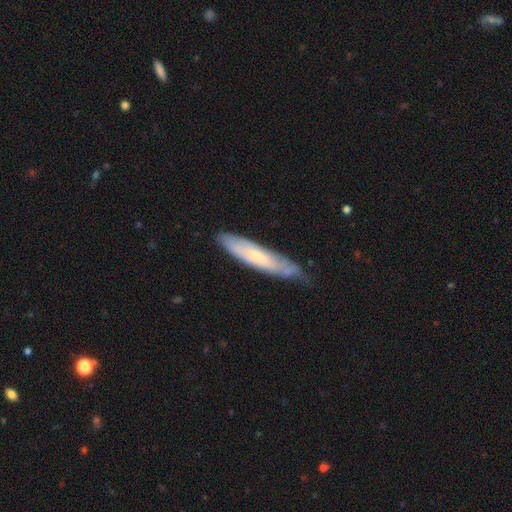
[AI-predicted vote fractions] Smooth or featured? Predicted: smooth (p=0.50). Merging? Predicted: none (p=0.64).